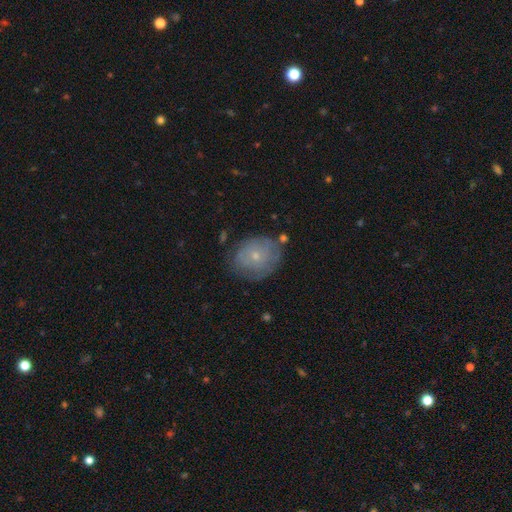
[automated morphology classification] A smooth galaxy with no disk features (52%) that is round (66%). Merging: none (69%).